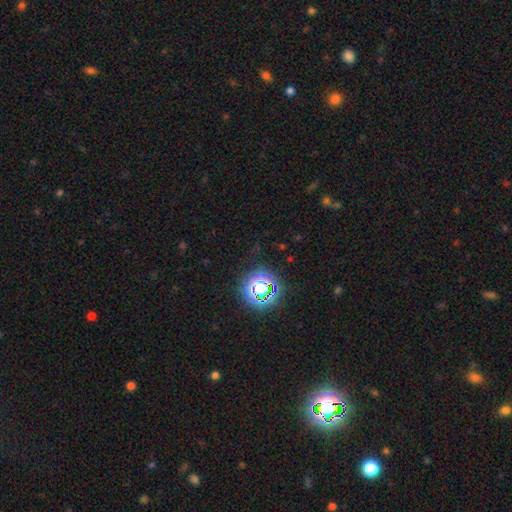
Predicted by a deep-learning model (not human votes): star or artifact 73%, smooth 19%, featured or disk 8%.